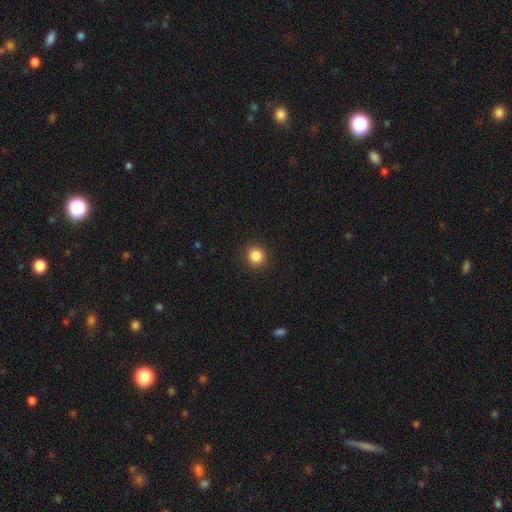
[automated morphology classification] smooth 86%, star or artifact 11%, featured or disk 4%. Down the decision tree: how rounded — round (88%); merging — none (91%).